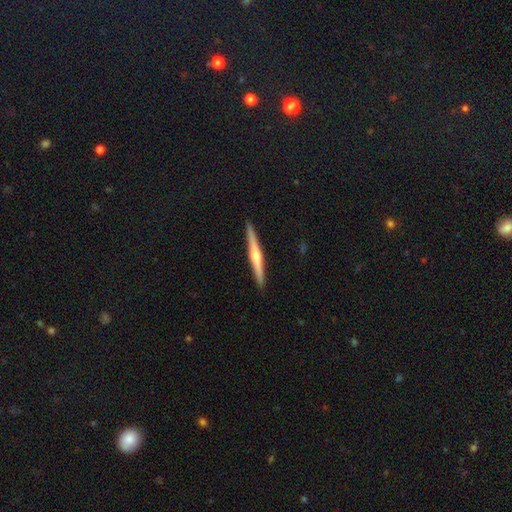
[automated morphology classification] featured or disk 68%, smooth 27%, star or artifact 5%. Down the decision tree: edge-on disk — yes (98%); edge-on bulge — rounded (83%); merging — none (92%).